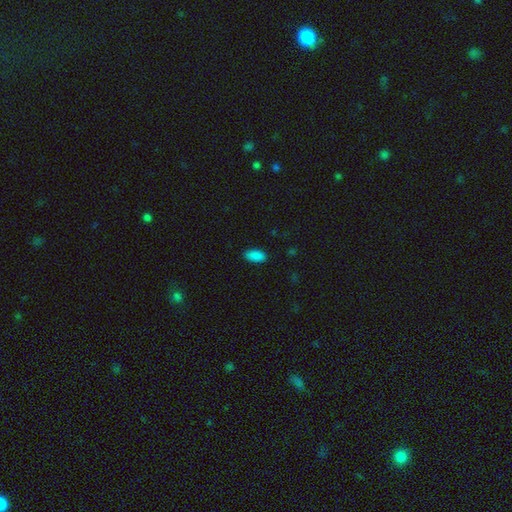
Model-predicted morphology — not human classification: smooth 89%, star or artifact 8%, featured or disk 3%. Down the decision tree: how rounded — in between (92%); merging — none (88%).